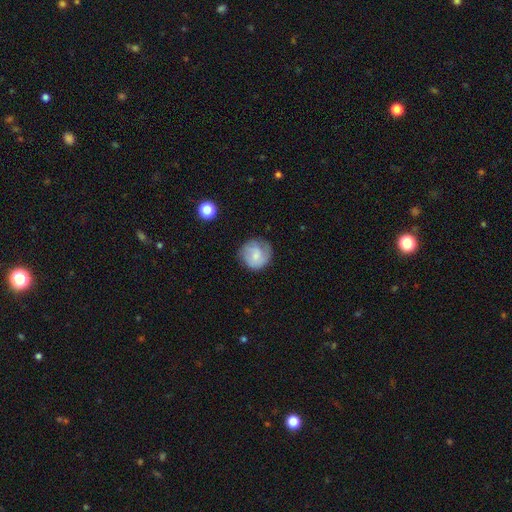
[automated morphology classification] smooth_or_featured: smooth (p=0.56) [alt: featured or disk p=0.37]
how_rounded: round (p=0.88) [alt: in between p=0.11]
merging: none (p=0.69) [alt: minor disturbance p=0.22]